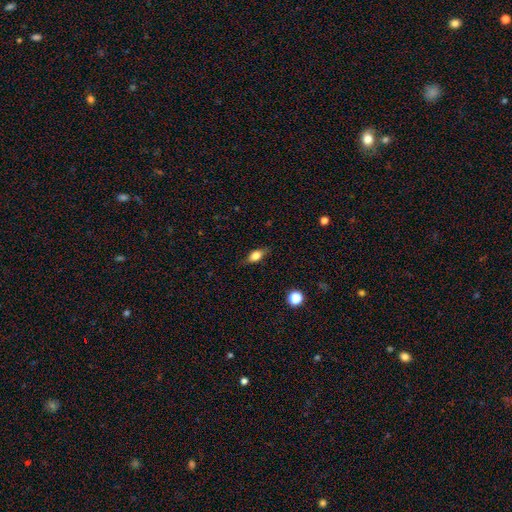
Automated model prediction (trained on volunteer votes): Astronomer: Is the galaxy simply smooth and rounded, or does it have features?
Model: smooth — 71%.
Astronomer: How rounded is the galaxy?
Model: in between — 76%.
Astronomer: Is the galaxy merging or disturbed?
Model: none — 80%.